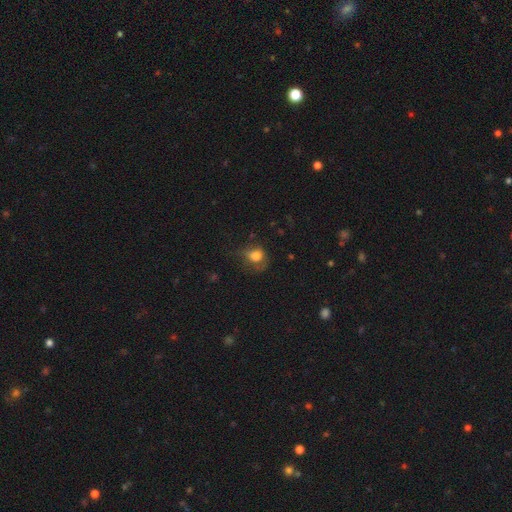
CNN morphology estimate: Smooth or featured?
  - smooth: 72% *
  - featured or disk: 17%
  - star or artifact: 11%
How rounded?
  - round: 59% *
  - in between: 40%
  - cigar-shaped: 1%
Merging?
  - none: 38% *
  - major disturbance: 33%
  - minor disturbance: 27%
  - merger: 2%